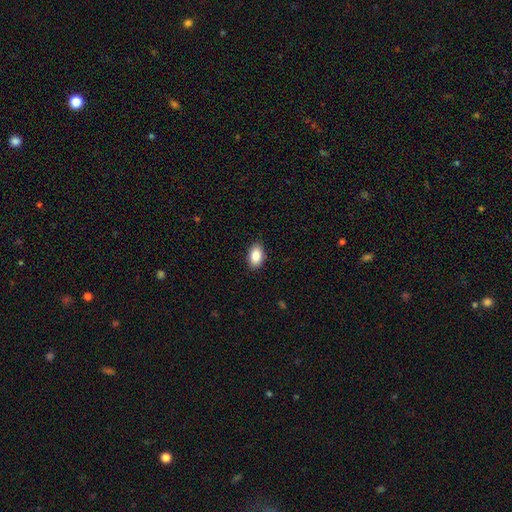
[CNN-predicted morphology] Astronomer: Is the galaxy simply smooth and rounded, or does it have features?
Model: smooth — 86%.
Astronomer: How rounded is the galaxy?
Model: in between — 91%.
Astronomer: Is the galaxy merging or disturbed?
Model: none — 89%.